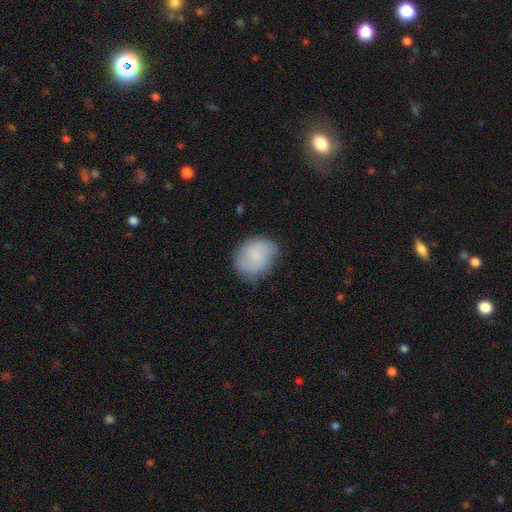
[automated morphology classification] type=smooth (75%); roundness=in between (53%); merging=none (67%).